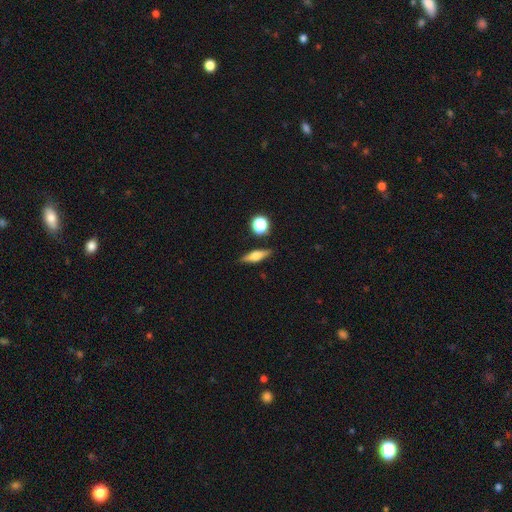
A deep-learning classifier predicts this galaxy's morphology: Overall: smooth (46%; featured or disk 45%). Merging: none (86%).